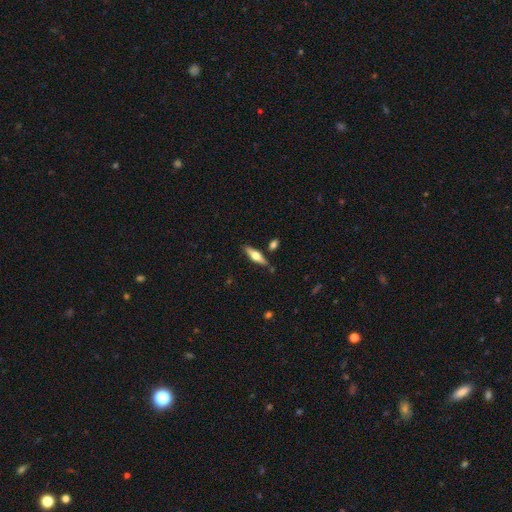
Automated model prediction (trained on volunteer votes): Smooth or featured? Predicted: featured or disk (p=0.55). Edge-on disk? Predicted: yes (p=0.92). Edge-on bulge? Predicted: rounded (p=0.93). Merging? Predicted: none (p=0.81).